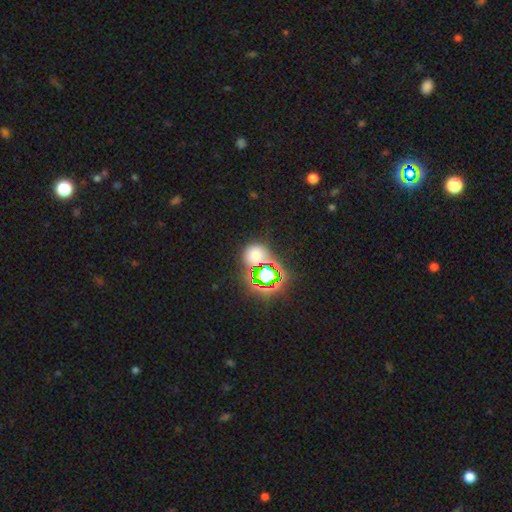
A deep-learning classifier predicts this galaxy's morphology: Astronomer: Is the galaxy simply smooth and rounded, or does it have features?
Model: smooth — 48% (runner-up: star or artifact, 44%).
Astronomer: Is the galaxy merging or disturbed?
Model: none — 67%.